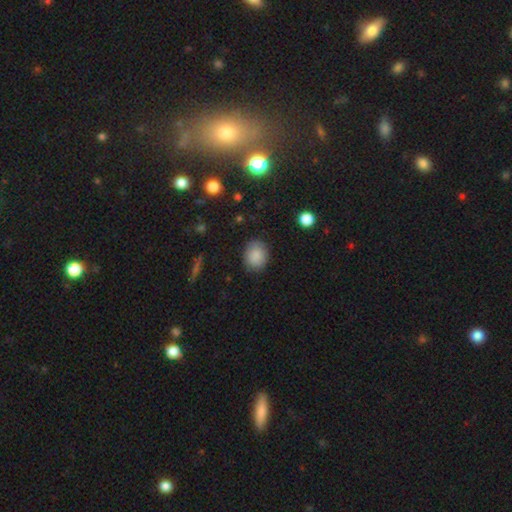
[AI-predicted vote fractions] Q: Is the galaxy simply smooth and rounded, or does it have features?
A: smooth — 87%.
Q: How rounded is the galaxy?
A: in between — 51%.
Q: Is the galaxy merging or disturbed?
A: none — 85%.